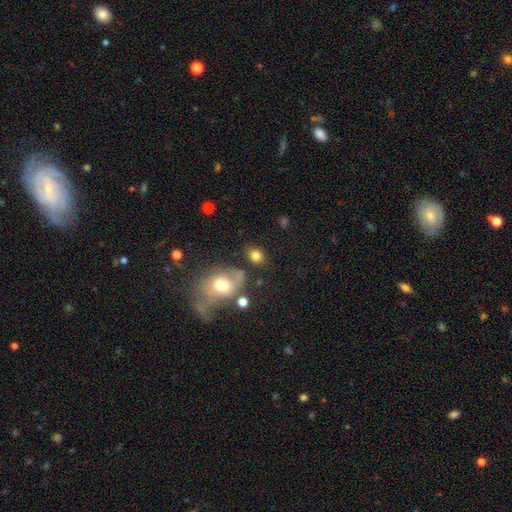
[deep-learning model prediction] This appears to be a smooth galaxy with no disk features (80%) that is round (50%). Merging: none (68%).